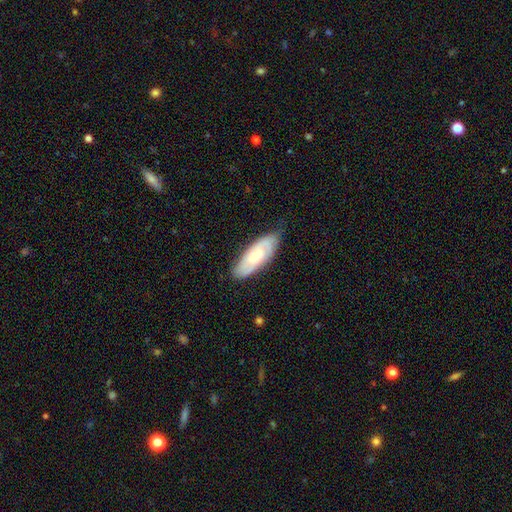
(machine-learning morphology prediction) smooth-or-featured: featured or disk: 51% | smooth: 43% | star or artifact: 6%
  disk-edge-on: no: 84% | yes: 16%
  merging: none: 74% | minor disturbance: 21% | major disturbance: 4% | merger: 1%